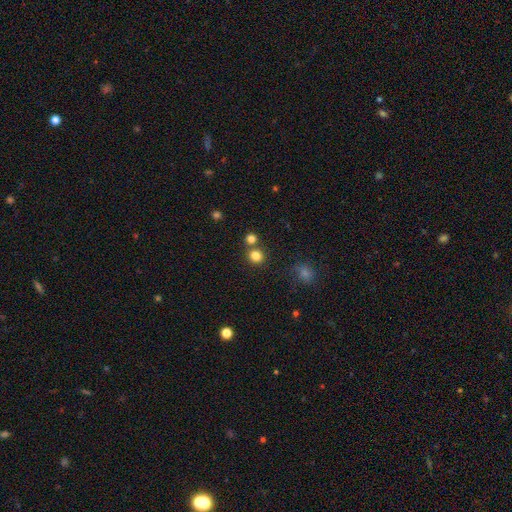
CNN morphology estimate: A smooth galaxy with no disk features (81%) that is round (88%). Merging: none (71%).